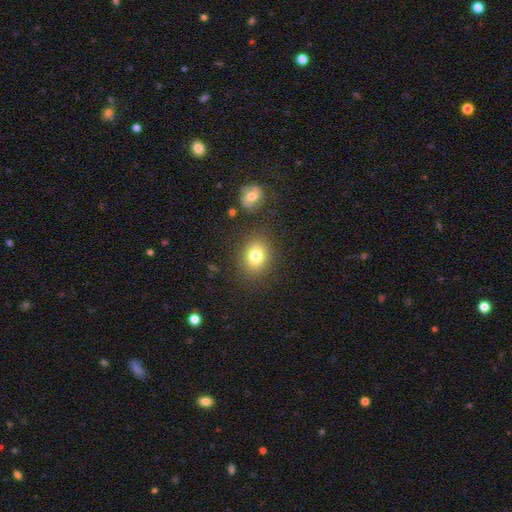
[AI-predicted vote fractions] Overall: smooth (79%). How rounded: round (56%; in between 43%). Merging: none (82%).